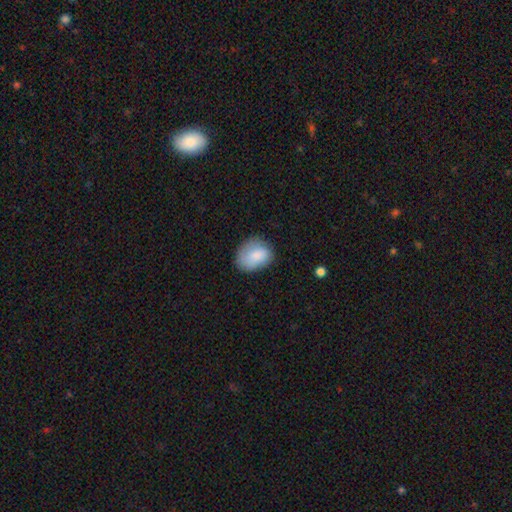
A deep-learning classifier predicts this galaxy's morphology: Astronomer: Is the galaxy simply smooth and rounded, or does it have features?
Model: smooth — 82%.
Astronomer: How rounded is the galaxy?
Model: in between — 68%.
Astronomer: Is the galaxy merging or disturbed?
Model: none — 64%.